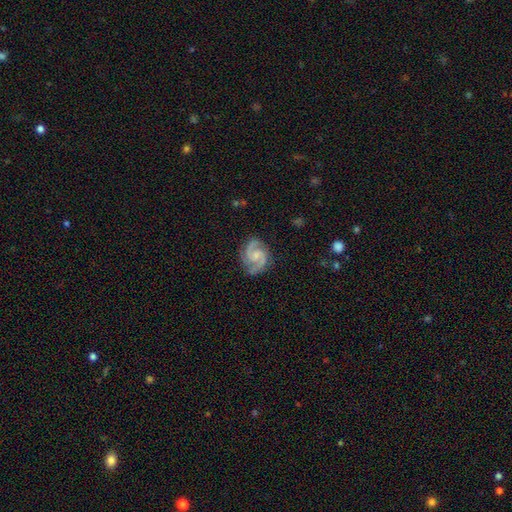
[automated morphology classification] Smooth or featured?
  - featured or disk: 91% *
  - smooth: 5%
  - star or artifact: 4%
Edge-on disk?
  - no: 98% *
  - yes: 2%
Bar?
  - no: 57% *
  - weak: 36%
  - strong: 7%
Spiral arms?
  - yes: 99% *
  - no: 1%
Spiral winding?
  - medium: 56% *
  - tight: 35%
  - loose: 8%
Spiral arm count?
  - 2: 90% *
  - 3: 5%
  - can't tell: 2%
  - 1: 1%
  - 4: 1%
  - more than 4: 1%
Bulge size?
  - small: 51% *
  - moderate: 28%
  - none: 18%
  - large: 2%
  - dominant: 1%
Merging?
  - none: 82% *
  - minor disturbance: 13%
  - major disturbance: 4%
  - merger: 1%